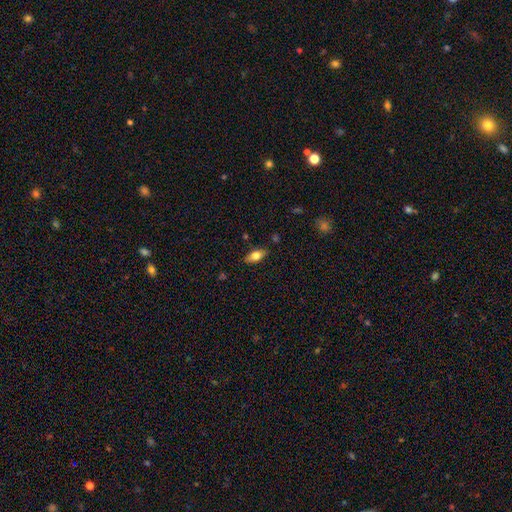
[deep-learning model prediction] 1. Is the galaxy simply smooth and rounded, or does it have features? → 68% smooth, 25% featured or disk, 7% star or artifact.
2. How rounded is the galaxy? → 81% in between, 16% cigar-shaped, 3% round.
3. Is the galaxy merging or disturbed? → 85% none, 11% minor disturbance, 2% major disturbance, 2% merger.